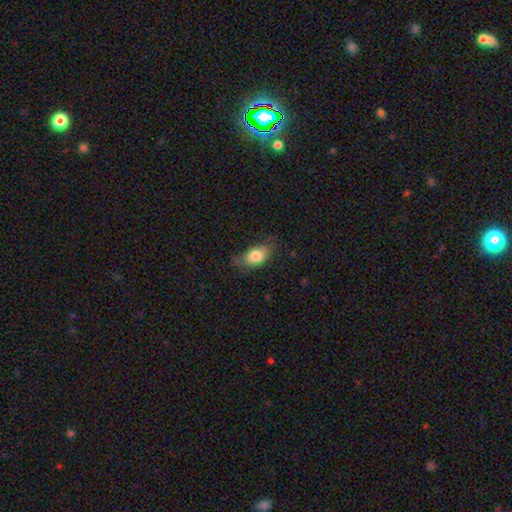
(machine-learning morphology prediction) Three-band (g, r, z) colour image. It shows a smooth galaxy with no disk features (80%) that is in between round and cigar-shaped (87%). Merging: none (66%).